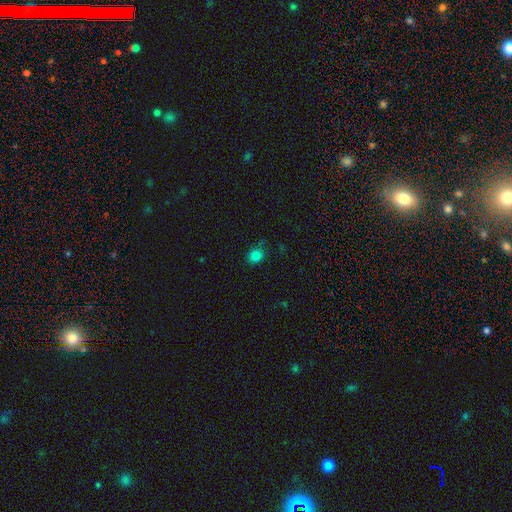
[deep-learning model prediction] Morphology: type=smooth (81%); roundness=round (63%); merging=none (71%).